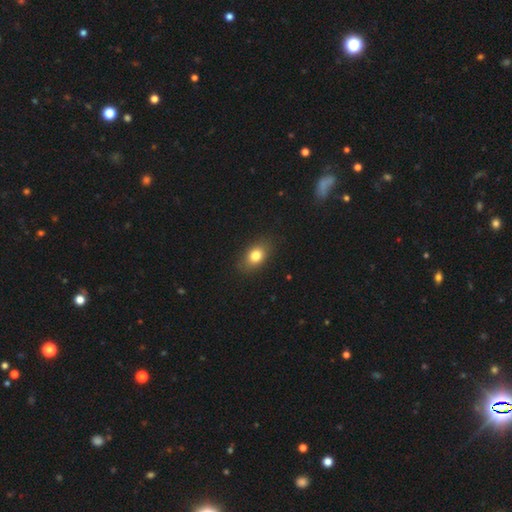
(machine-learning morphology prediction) Smooth or featured: smooth — 80% (featured or disk — 10%)
How rounded: in between — 76% (round — 21%)
Merging: none — 84% (minor disturbance — 12%)